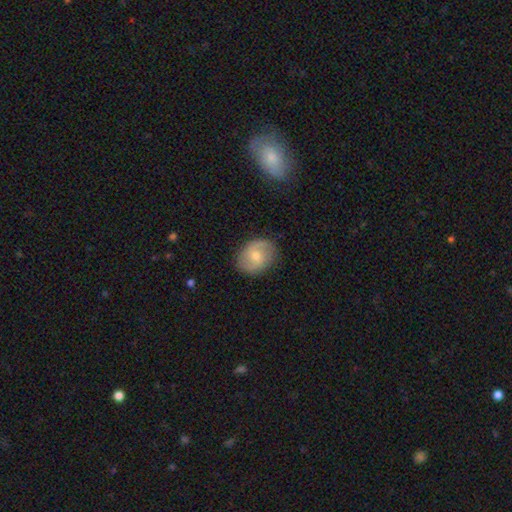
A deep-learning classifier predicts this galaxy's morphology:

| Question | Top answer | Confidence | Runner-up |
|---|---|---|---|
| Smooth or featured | featured or disk | 53% | smooth (40%) |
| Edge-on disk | no | 97% | yes (3%) |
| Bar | no | 57% | weak (36%) |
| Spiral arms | yes | 82% | no (18%) |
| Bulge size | moderate | 57% | small (38%) |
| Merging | none | 83% | minor disturbance (13%) |